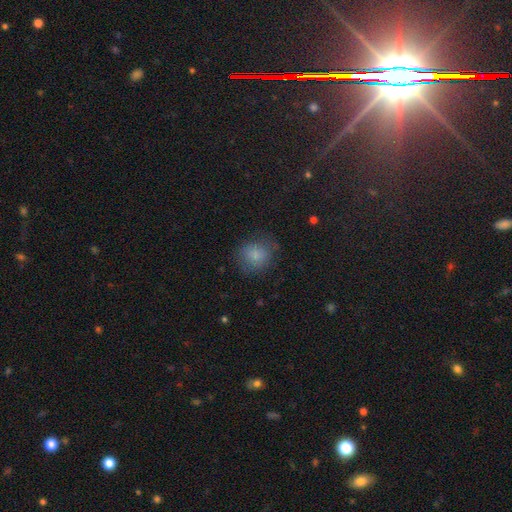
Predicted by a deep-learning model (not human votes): Smooth or featured? smooth (82%)
How rounded? round (78%)
Merging? none (71%)